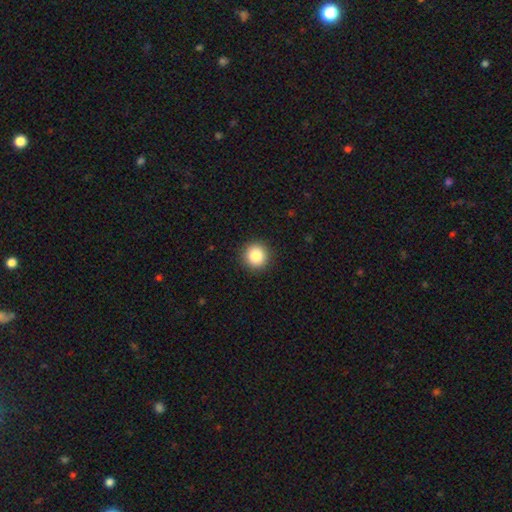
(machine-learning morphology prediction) type=smooth (86%); roundness=round (94%); merging=none (92%).